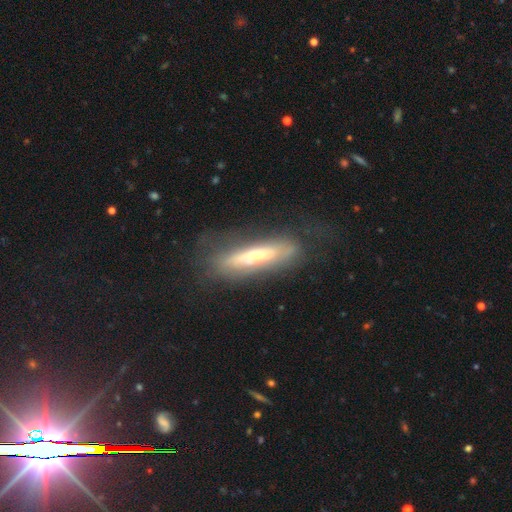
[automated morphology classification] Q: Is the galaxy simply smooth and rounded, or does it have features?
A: featured or disk — 57%.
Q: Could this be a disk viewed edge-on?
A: yes — 67%.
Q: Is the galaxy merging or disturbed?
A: none — 70%.